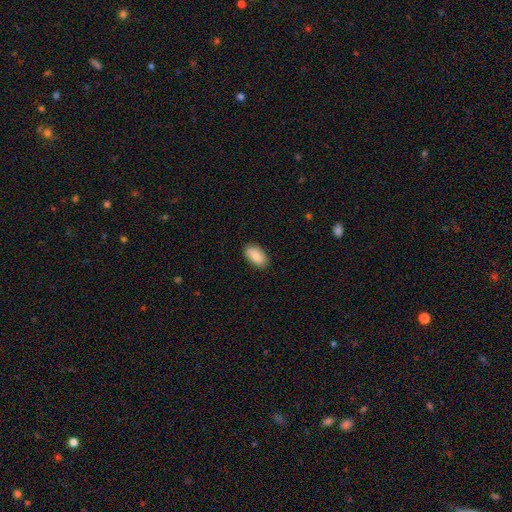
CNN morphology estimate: type=smooth (88%); roundness=in between (94%); merging=none (85%).